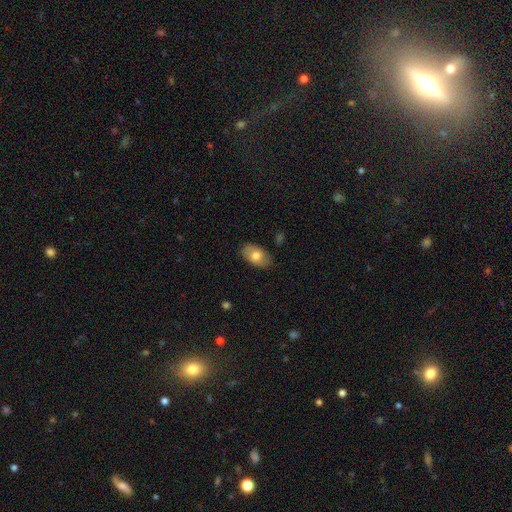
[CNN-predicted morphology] A smooth galaxy with no disk features (73%) that is in between round and cigar-shaped (91%). Merging: none (83%).